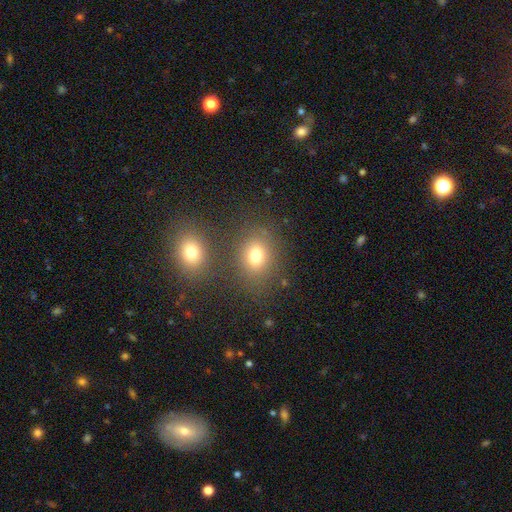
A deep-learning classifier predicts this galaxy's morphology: Smooth or featured: smooth — 74% (star or artifact — 15%)
How rounded: round — 53% (in between — 46%)
Merging: none — 70% (merger — 15%)